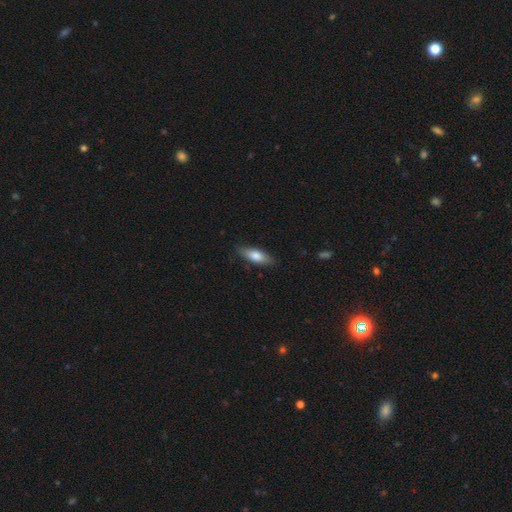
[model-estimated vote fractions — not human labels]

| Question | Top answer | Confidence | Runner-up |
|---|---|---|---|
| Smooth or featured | smooth | 75% | featured or disk (20%) |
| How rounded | in between | 61% | cigar-shaped (36%) |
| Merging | none | 85% | minor disturbance (12%) |